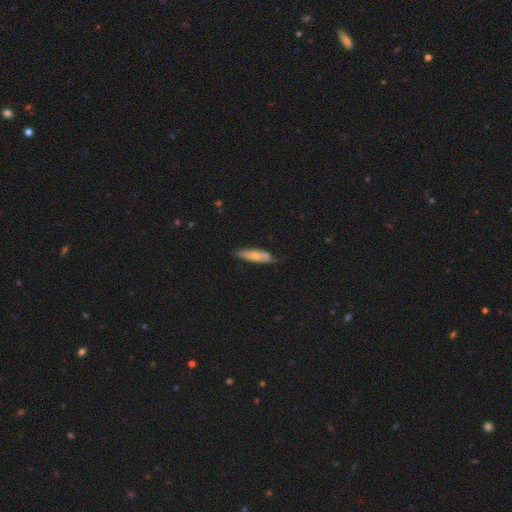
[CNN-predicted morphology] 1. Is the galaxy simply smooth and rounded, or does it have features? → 56% smooth, 38% featured or disk, 6% star or artifact.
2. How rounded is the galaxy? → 61% cigar-shaped, 37% in between, 2% round.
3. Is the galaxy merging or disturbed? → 59% none, 29% minor disturbance, 6% merger, 6% major disturbance.